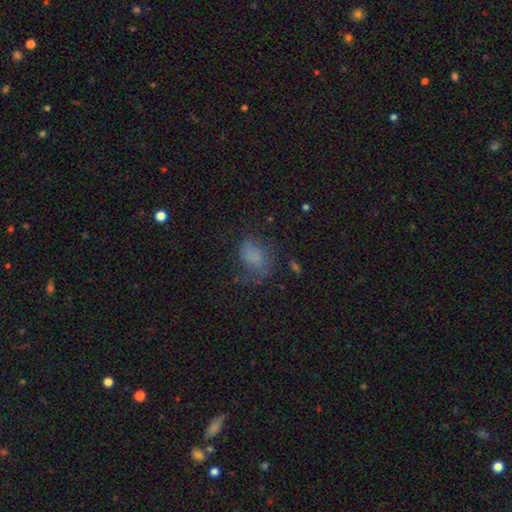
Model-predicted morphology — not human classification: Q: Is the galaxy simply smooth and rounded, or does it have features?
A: smooth — 60%.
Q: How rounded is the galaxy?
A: in between — 73%.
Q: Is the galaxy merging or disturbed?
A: none — 45%.